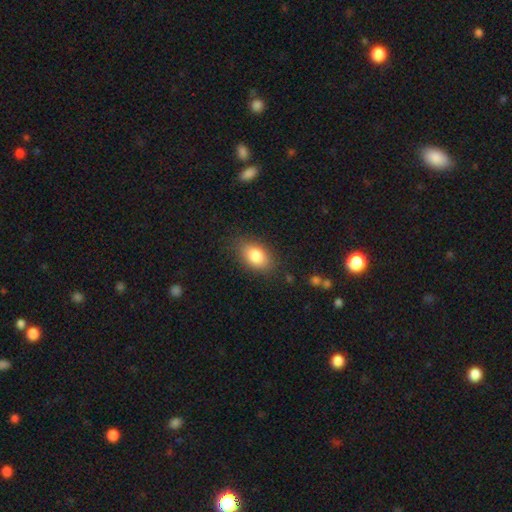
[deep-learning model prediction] Smooth or featured? smooth (83%)
How rounded? in between (87%)
Merging? none (80%)